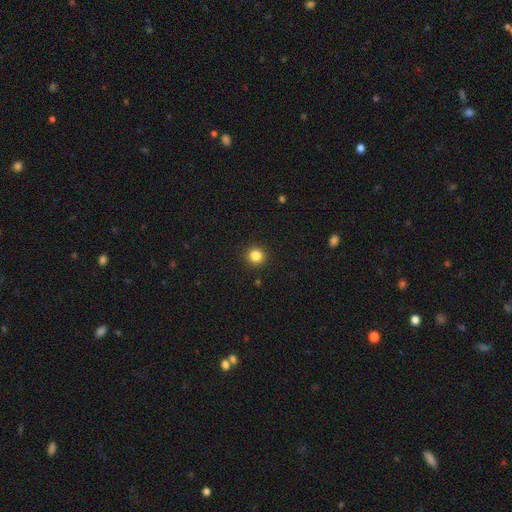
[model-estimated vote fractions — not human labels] Smooth or featured? Predicted: smooth (p=0.84). How rounded? Predicted: round (p=0.94). Merging? Predicted: none (p=0.92).